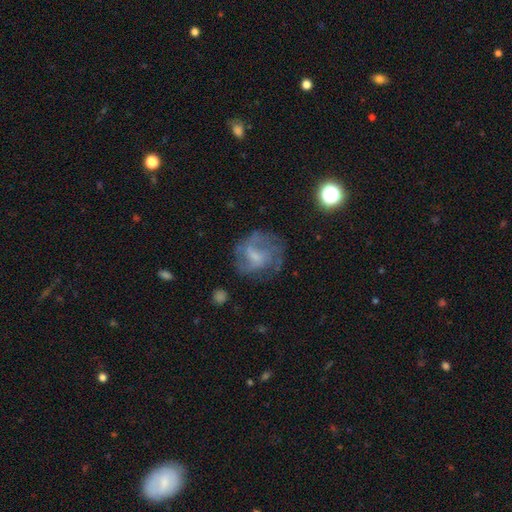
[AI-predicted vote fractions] Smooth or featured?
  - featured or disk: 61% *
  - smooth: 29%
  - star or artifact: 11%
Edge-on disk?
  - no: 97% *
  - yes: 3%
Bar?
  - weak: 46% *
  - no: 43%
  - strong: 11%
Spiral arms?
  - yes: 72% *
  - no: 28%
Bulge size?
  - small: 34% *
  - none: 31%
  - moderate: 29%
  - large: 5%
  - dominant: 1%
Merging?
  - none: 55% *
  - major disturbance: 22%
  - minor disturbance: 21%
  - merger: 2%